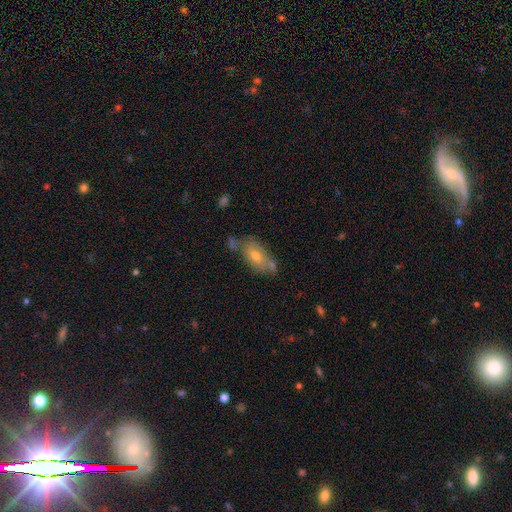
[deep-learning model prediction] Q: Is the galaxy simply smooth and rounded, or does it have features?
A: smooth — 61%.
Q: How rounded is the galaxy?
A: in between — 86%.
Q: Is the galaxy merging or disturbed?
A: none — 51%.